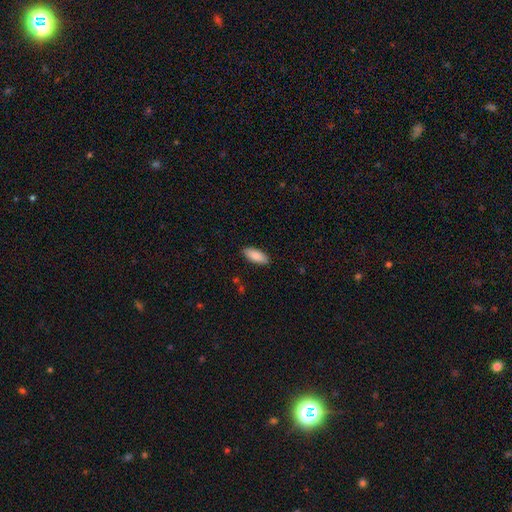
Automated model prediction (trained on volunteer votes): Q: Smooth or featured?
A: smooth (89%); runner-up: featured or disk (6%)
Q: How rounded?
A: in between (85%); runner-up: cigar-shaped (14%)
Q: Merging?
A: none (88%); runner-up: minor disturbance (9%)